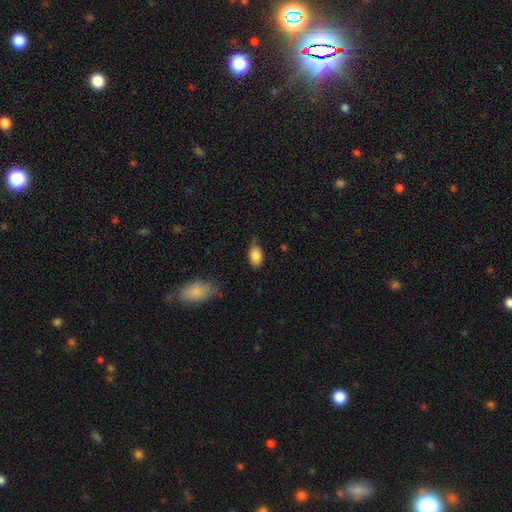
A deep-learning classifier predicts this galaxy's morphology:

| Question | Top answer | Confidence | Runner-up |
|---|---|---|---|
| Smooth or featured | smooth | 84% | featured or disk (8%) |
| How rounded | in between | 90% | round (7%) |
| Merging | none | 55% | minor disturbance (35%) |